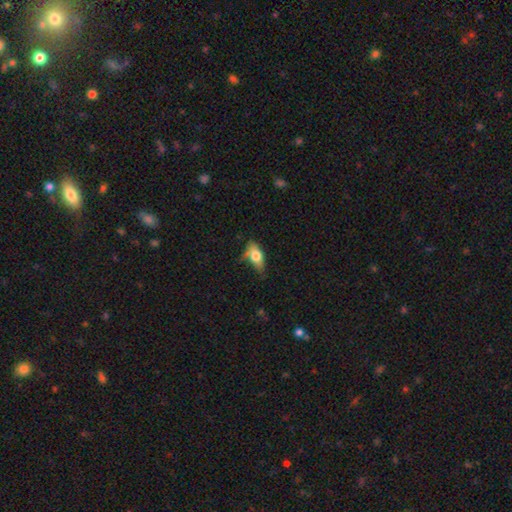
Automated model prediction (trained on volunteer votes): Morphology: type=smooth (70%); roundness=in between (84%); merging=none (41%).